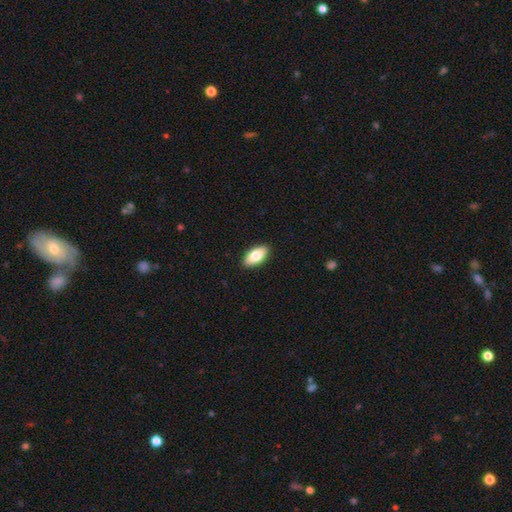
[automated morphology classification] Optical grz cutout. It shows a smooth galaxy with no disk features (79%) that is in between round and cigar-shaped (90%). Merging: none (90%).